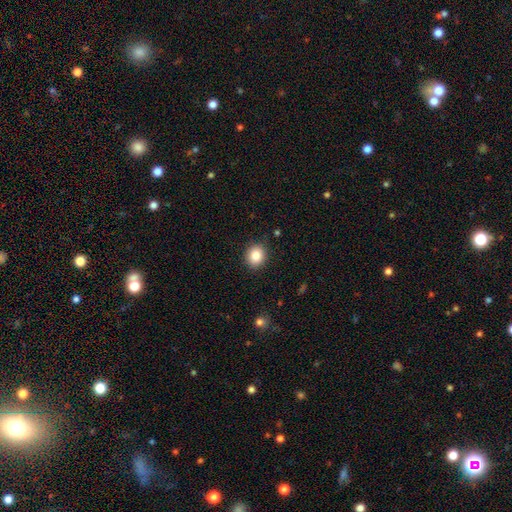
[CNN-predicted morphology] A smooth galaxy with no disk features (85%) that is round (78%). Merging: none (89%).